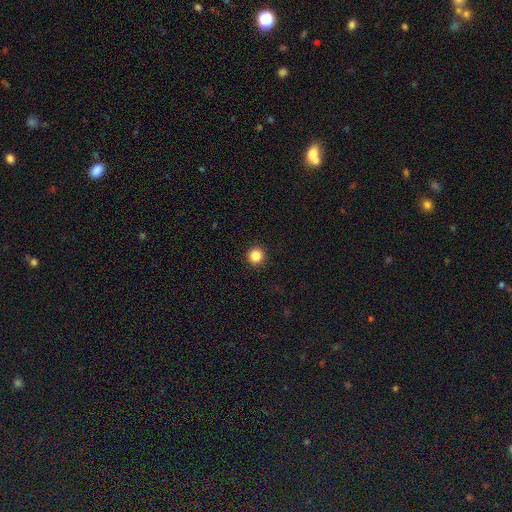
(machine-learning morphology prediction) A smooth galaxy with no disk features (85%) that is round (96%).

Vote fractions:
- Smooth or featured? smooth: 85% / star or artifact: 11% / featured or disk: 4%
- How rounded? round: 96% / in between: 3% / cigar-shaped: 1%
- Merging? none: 93% / minor disturbance: 4% / major disturbance: 2% / merger: 1%